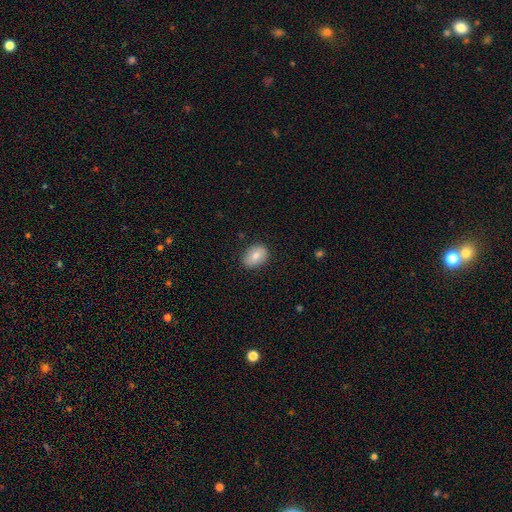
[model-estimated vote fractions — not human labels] Overall: smooth (79%). How rounded: in between (76%). Merging: none (84%).